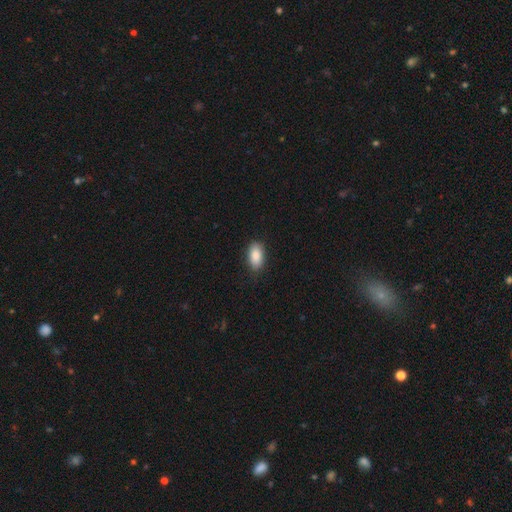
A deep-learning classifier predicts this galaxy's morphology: Smooth or featured?
  - smooth: 89% *
  - star or artifact: 7%
  - featured or disk: 5%
How rounded?
  - in between: 93% *
  - round: 4%
  - cigar-shaped: 3%
Merging?
  - none: 85% *
  - minor disturbance: 12%
  - major disturbance: 2%
  - merger: 1%